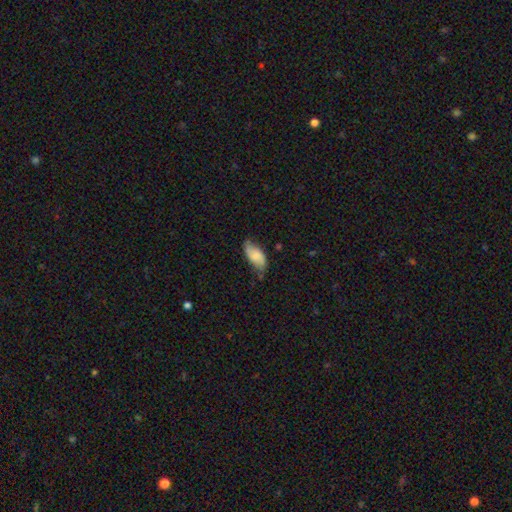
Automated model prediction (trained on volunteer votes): Overall: smooth (68%). How rounded: in between (90%). Merging: none (60%; minor disturbance 31%).